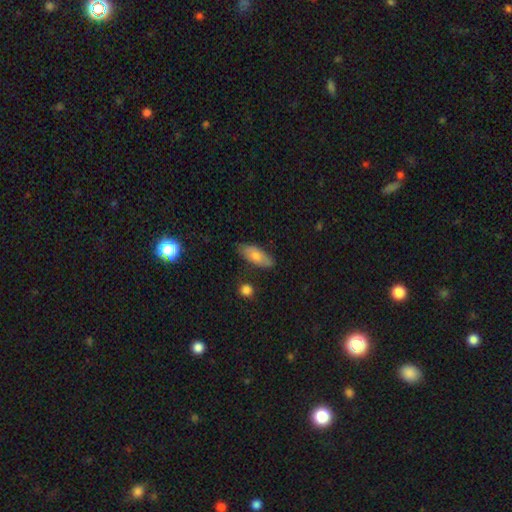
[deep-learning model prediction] Morphology: type=smooth (71%); roundness=in between (78%); merging=none (79%).